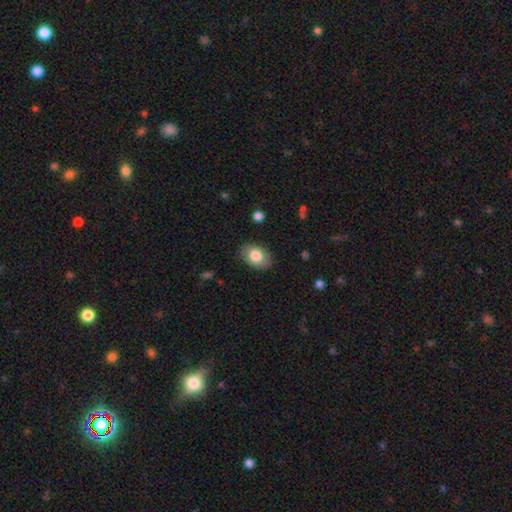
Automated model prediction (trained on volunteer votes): This is clearly a smooth galaxy (80%). How rounded: clearly in between (85%). Merging: clearly none (84%).